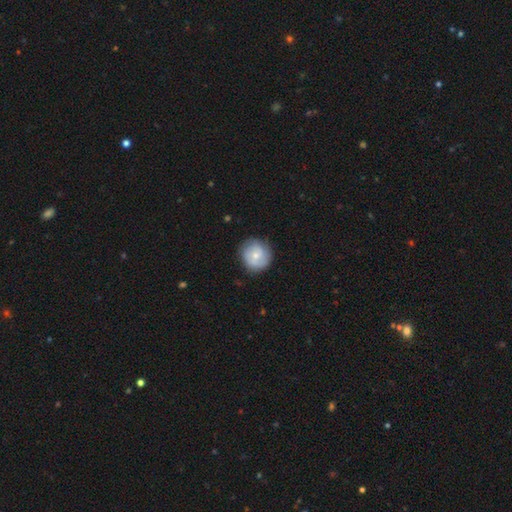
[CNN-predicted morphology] Overall: smooth (60%; featured or disk 33%). How rounded: round (91%). Merging: none (82%).